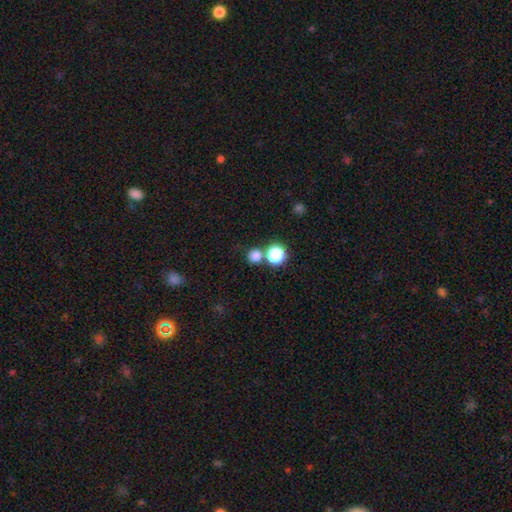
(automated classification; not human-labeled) smooth-or-featured: smooth: 77% | star or artifact: 18% | featured or disk: 5%
  how-rounded: round: 91% | in between: 8% | cigar-shaped: 1%
  merging: none: 70% | merger: 20% | minor disturbance: 7% | major disturbance: 3%